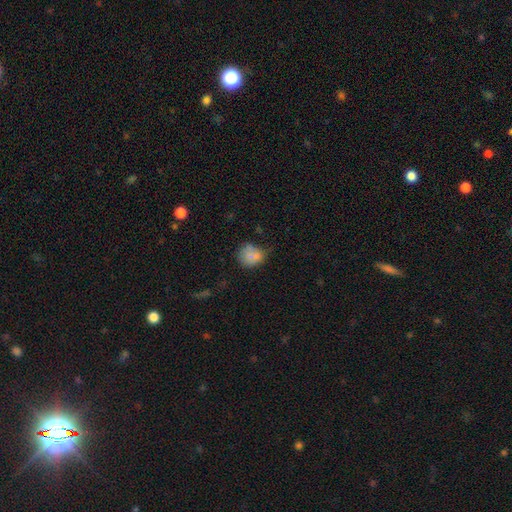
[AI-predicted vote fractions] A smooth galaxy with no disk features (78%) that is round (69%).

Vote fractions:
- Smooth or featured? smooth: 78% / star or artifact: 12% / featured or disk: 10%
- How rounded? round: 69% / in between: 30% / cigar-shaped: 1%
- Merging? none: 54% / minor disturbance: 29% / major disturbance: 9% / merger: 8%